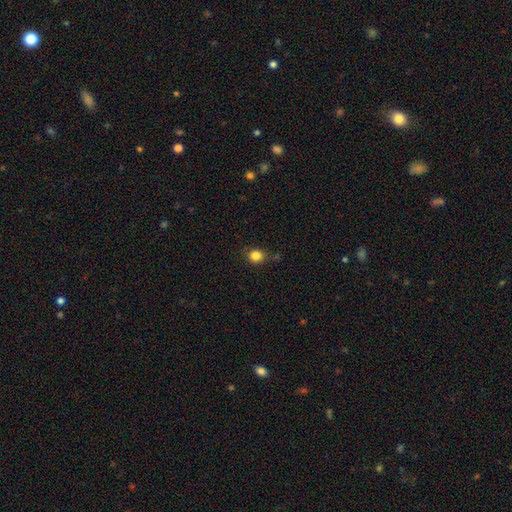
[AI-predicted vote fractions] This is clearly a smooth galaxy (84%). How rounded: likely round (78%). Merging: likely none (80%).